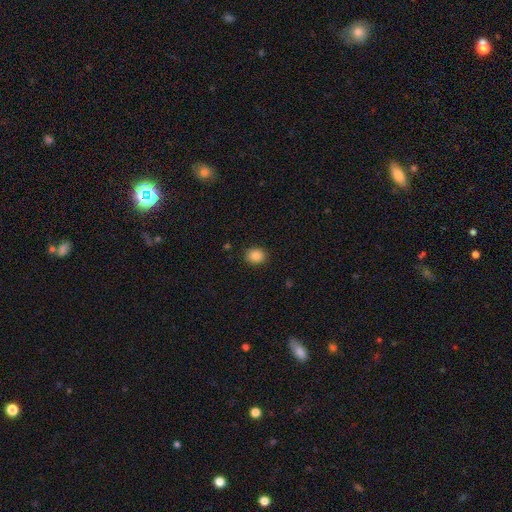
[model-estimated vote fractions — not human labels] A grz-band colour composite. It shows a smooth galaxy with no disk features (86%) that is round (61%). Merging: none (90%).